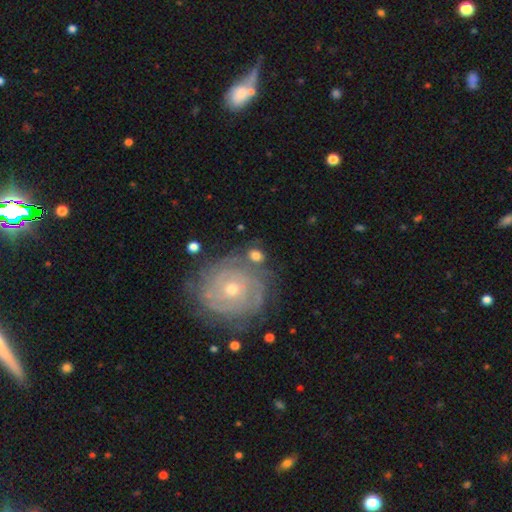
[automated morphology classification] A smooth galaxy with no disk features (46%).

Vote fractions:
- Smooth or featured? smooth: 46% / featured or disk: 44% / star or artifact: 10%
- Merging? none: 66% / minor disturbance: 15% / merger: 12% / major disturbance: 7%